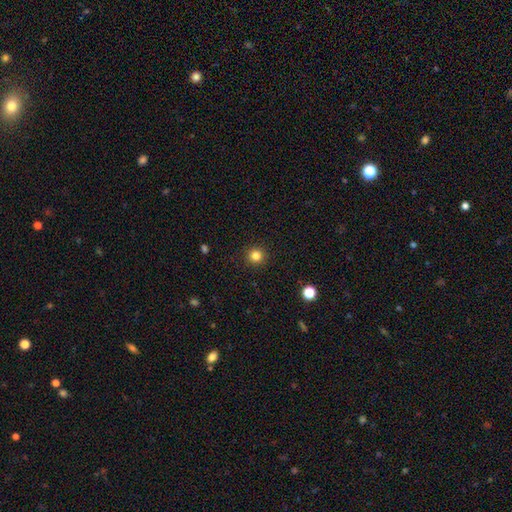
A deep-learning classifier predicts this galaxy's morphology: smooth-or-featured: smooth: 83% | star or artifact: 13% | featured or disk: 5%
  how-rounded: round: 95% | in between: 4% | cigar-shaped: 1%
  merging: none: 92% | minor disturbance: 5% | major disturbance: 2% | merger: 1%